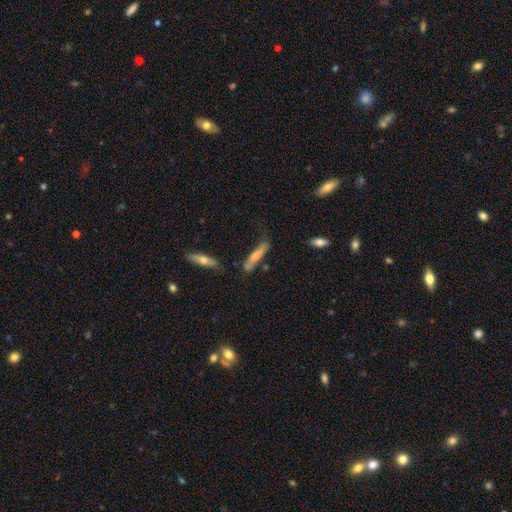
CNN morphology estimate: This appears to be a smooth galaxy with no disk features (63%) that is cigar-shaped (86%). Merging: none (56%).